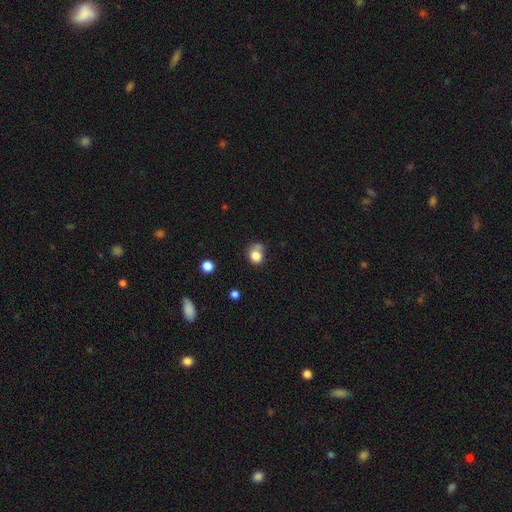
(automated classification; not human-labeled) smooth-or-featured: smooth: 81% | star or artifact: 11% | featured or disk: 8%
  how-rounded: round: 68% | in between: 31% | cigar-shaped: 1%
  merging: none: 48% | minor disturbance: 27% | merger: 14% | major disturbance: 11%